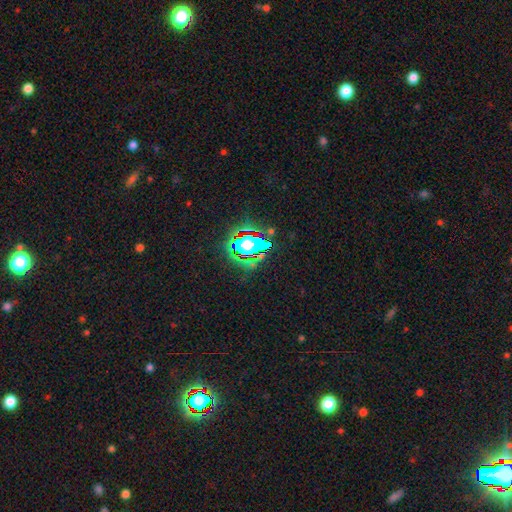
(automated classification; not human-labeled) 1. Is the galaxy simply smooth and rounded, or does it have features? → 75% star or artifact, 15% smooth, 10% featured or disk.